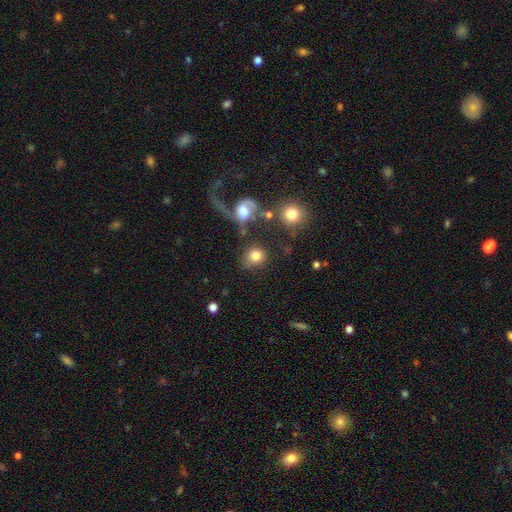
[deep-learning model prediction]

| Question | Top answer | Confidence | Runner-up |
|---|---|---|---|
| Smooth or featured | smooth | 76% | featured or disk (14%) |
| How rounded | round | 77% | in between (22%) |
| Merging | none | 57% | merger (16%) |